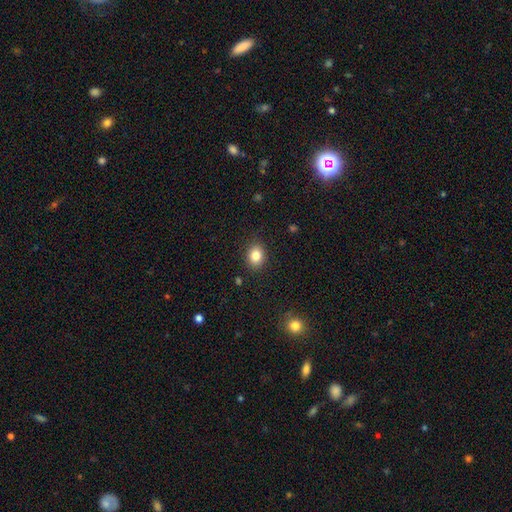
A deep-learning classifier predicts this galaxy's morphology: This is clearly a smooth galaxy (83%). How rounded: possibly round (51%). Merging: clearly none (87%).